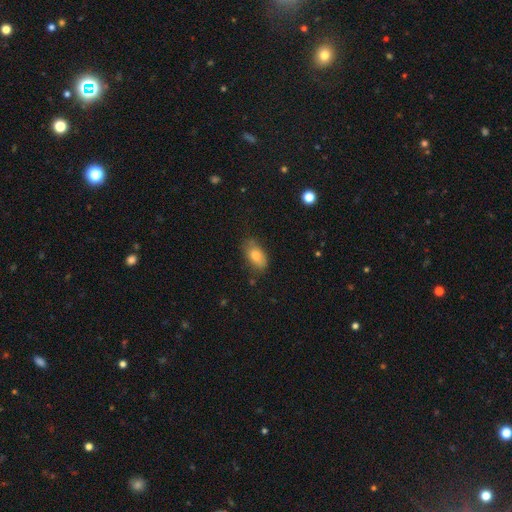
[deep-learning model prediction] smooth 78%, featured or disk 14%, star or artifact 8%. Down the decision tree: how rounded — in between (90%); merging — none (71%).